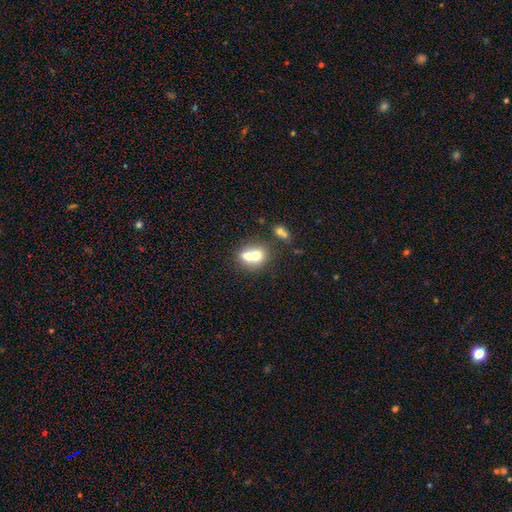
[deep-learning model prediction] Smooth or featured? smooth (65%)
How rounded? round (65%)
Merging? merger (65%)